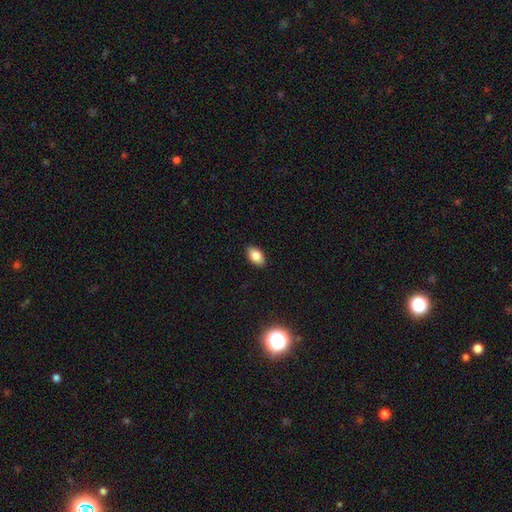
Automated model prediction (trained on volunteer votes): Morphology: type=smooth (85%); roundness=in between (92%); merging=none (89%).